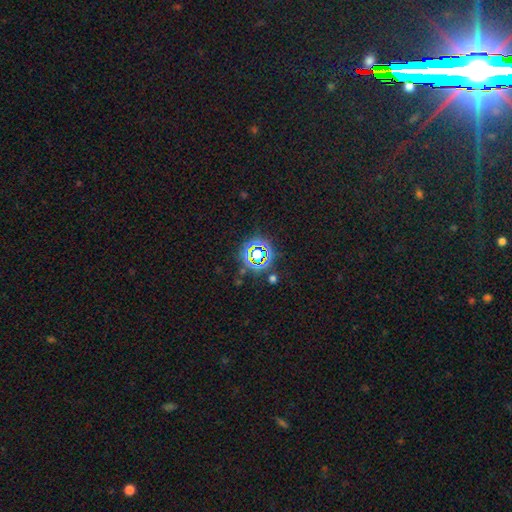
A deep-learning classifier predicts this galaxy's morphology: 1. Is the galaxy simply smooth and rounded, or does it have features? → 69% star or artifact, 21% smooth, 11% featured or disk.